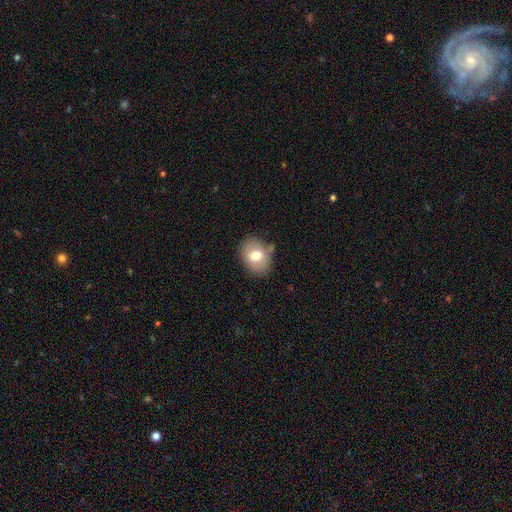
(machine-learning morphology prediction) Q: Smooth or featured?
A: smooth (72%); runner-up: featured or disk (20%)
Q: How rounded?
A: in between (67%); runner-up: round (32%)
Q: Merging?
A: none (76%); runner-up: minor disturbance (16%)